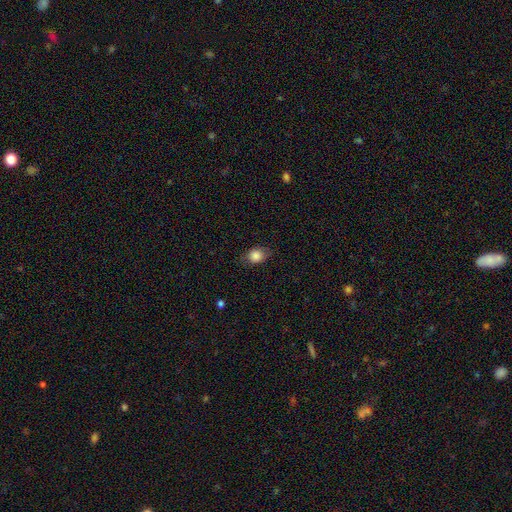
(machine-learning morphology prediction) type=smooth (84%); roundness=in between (58%); merging=none (76%).